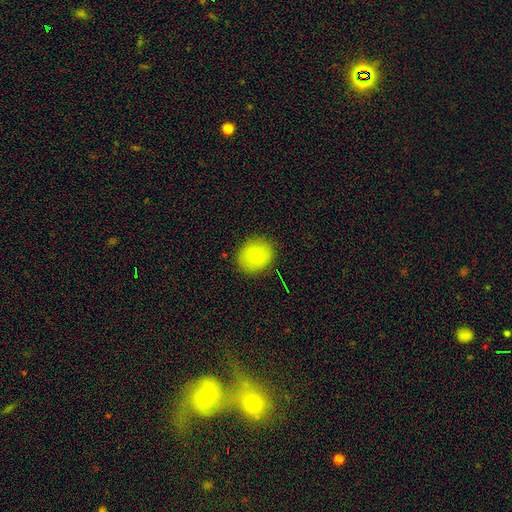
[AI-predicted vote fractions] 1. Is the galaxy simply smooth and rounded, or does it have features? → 82% smooth, 9% featured or disk, 9% star or artifact.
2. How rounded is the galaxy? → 69% round, 30% in between, 1% cigar-shaped.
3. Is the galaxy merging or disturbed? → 87% none, 10% minor disturbance, 2% major disturbance, 1% merger.